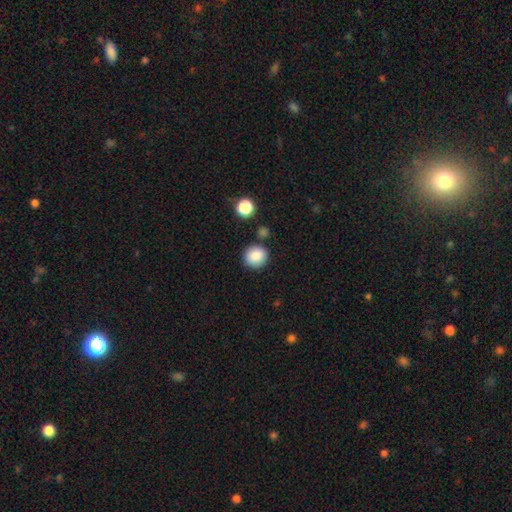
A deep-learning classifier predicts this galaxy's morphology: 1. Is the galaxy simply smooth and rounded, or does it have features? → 87% smooth, 9% star or artifact, 5% featured or disk.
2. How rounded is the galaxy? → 85% round, 14% in between, 1% cigar-shaped.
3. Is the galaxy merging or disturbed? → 83% none, 9% minor disturbance, 5% merger, 3% major disturbance.